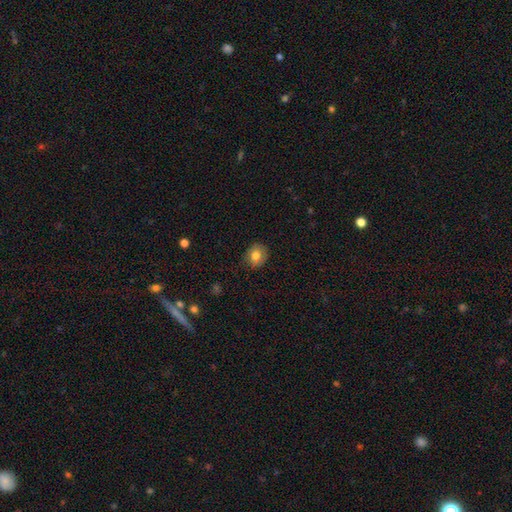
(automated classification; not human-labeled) smooth 79%, featured or disk 12%, star or artifact 10%. Down the decision tree: how rounded — round (70%); merging — none (82%).